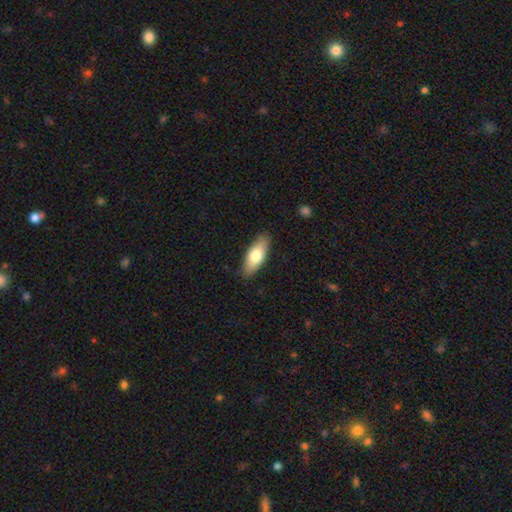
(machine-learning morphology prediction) type=smooth (71%); roundness=in between (72%); merging=none (87%).